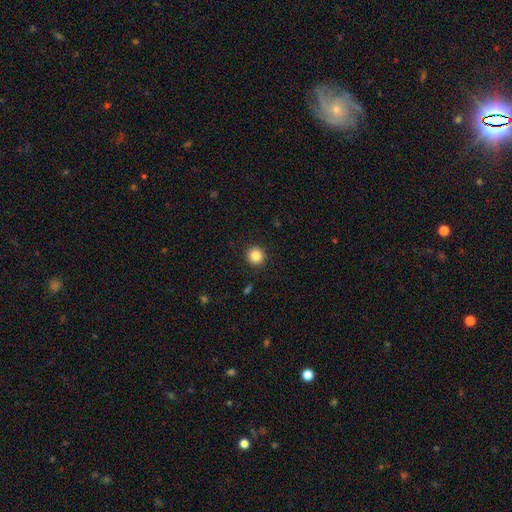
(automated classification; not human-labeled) Overall: smooth (85%). How rounded: round (94%). Merging: none (93%).